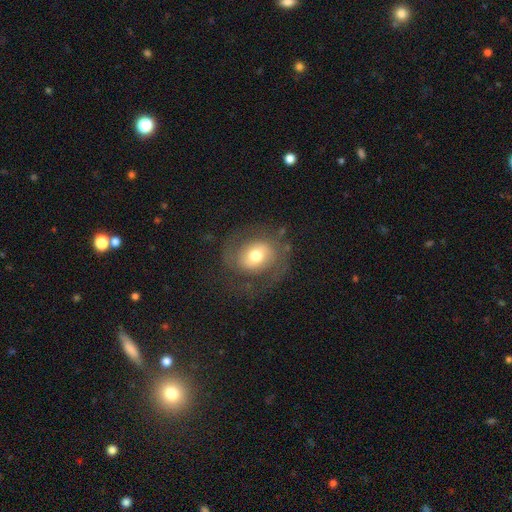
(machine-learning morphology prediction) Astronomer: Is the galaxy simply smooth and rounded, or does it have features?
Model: featured or disk — 53% (runner-up: smooth, 39%).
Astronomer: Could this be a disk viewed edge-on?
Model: no — 97%.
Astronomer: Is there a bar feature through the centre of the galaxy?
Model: no — 56% (runner-up: weak, 32%).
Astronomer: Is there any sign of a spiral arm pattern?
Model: yes — 71%.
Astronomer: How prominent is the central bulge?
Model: moderate — 68%.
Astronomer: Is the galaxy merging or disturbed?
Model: none — 66%.